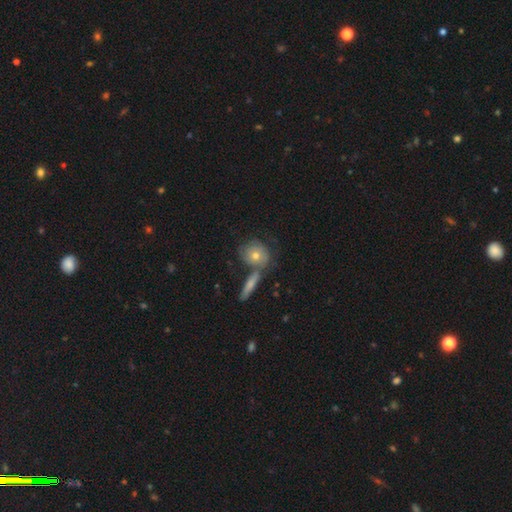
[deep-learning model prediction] This appears to be a smooth galaxy with no disk features (47%). Merging: none (44%).